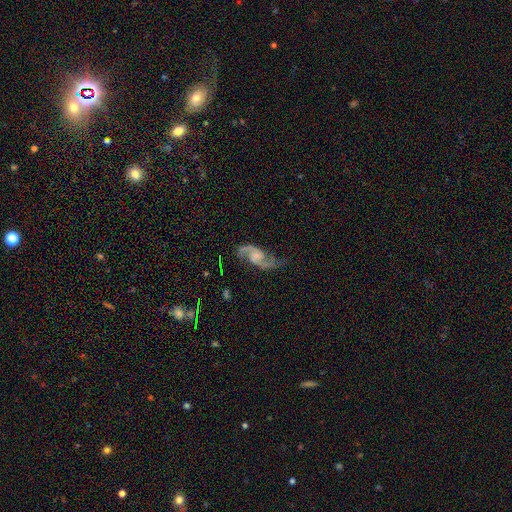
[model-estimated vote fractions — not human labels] smooth-or-featured: featured or disk: 90% | smooth: 5% | star or artifact: 5%
  disk-edge-on: no: 97% | yes: 3%
    bar: no: 48% | weak: 41% | strong: 10%
    has-spiral-arms: yes: 97% | no: 3%
      spiral-winding: loose: 51% | medium: 41% | tight: 8%
      spiral-arm-count: 2: 93% | can't tell: 2% | 1: 2% | 3: 1% | 4: 1% | more than 4: 1%
    bulge-size: none: 38% | small: 32% | moderate: 23% | large: 5% | dominant: 1%
  merging: none: 71% | minor disturbance: 17% | major disturbance: 9% | merger: 2%